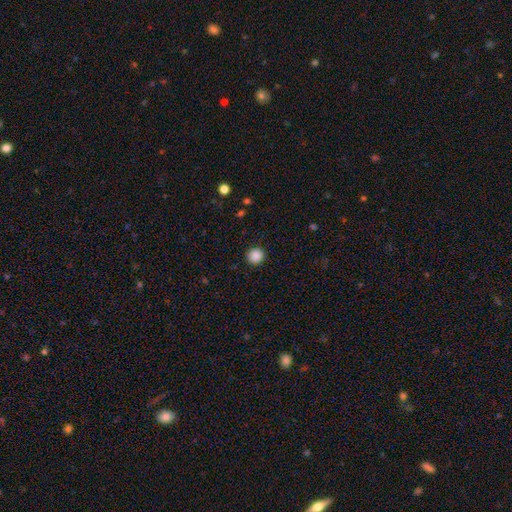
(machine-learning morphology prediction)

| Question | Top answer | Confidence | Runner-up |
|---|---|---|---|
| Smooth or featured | smooth | 87% | star or artifact (10%) |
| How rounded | round | 93% | in between (6%) |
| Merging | none | 92% | minor disturbance (5%) |